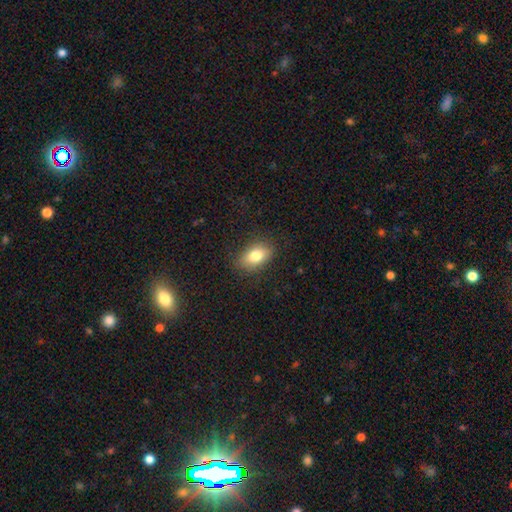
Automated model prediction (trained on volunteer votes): This appears to be a smooth galaxy with no disk features (80%) that is in between round and cigar-shaped (86%). Merging: none (84%).